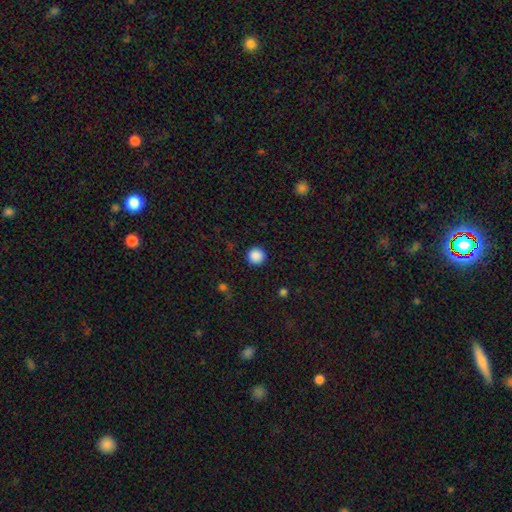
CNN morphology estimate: smooth-or-featured: smooth: 88% | star or artifact: 10% | featured or disk: 2%
  how-rounded: round: 95% | in between: 4% | cigar-shaped: 1%
  merging: none: 92% | minor disturbance: 5% | major disturbance: 2% | merger: 1%